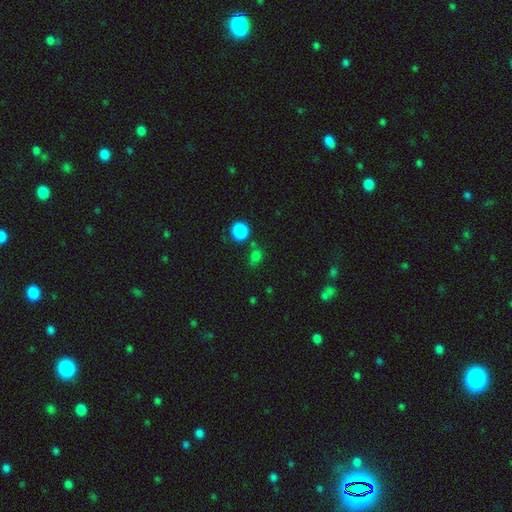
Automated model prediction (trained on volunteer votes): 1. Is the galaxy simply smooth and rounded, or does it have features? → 76% smooth, 19% star or artifact, 5% featured or disk.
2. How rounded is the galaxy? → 54% round, 44% in between, 2% cigar-shaped.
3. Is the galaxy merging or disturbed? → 64% none, 17% minor disturbance, 13% merger, 6% major disturbance.